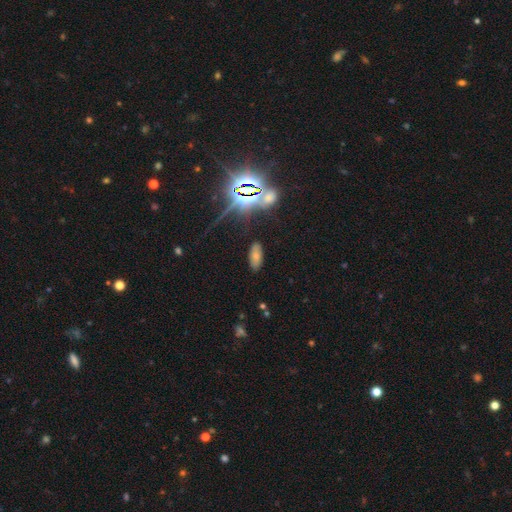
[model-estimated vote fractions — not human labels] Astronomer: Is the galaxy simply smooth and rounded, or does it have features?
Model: smooth — 62%.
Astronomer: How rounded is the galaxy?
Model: in between — 86%.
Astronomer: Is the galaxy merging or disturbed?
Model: none — 85%.